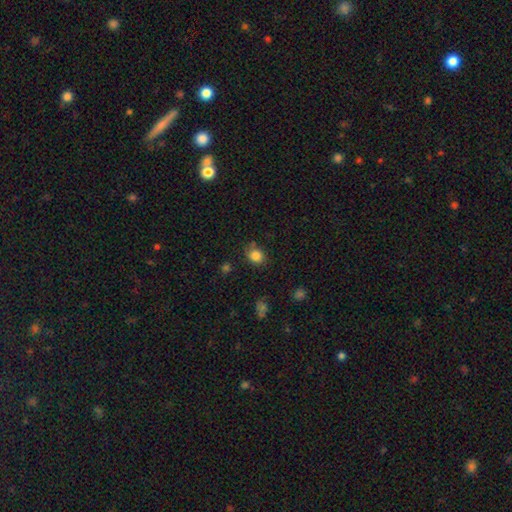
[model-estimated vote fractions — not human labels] smooth-or-featured: smooth: 84% | star or artifact: 11% | featured or disk: 5%
  how-rounded: round: 62% | in between: 37% | cigar-shaped: 1%
  merging: none: 73% | minor disturbance: 18% | merger: 4% | major disturbance: 4%